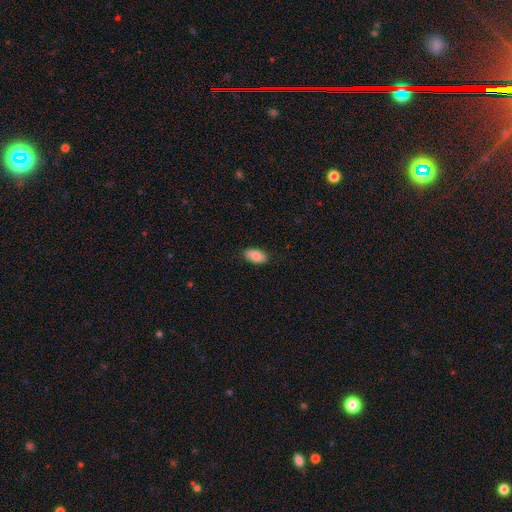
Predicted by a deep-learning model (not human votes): A smooth galaxy with no disk features (85%) that is in between round and cigar-shaped (94%). Merging: none (86%).